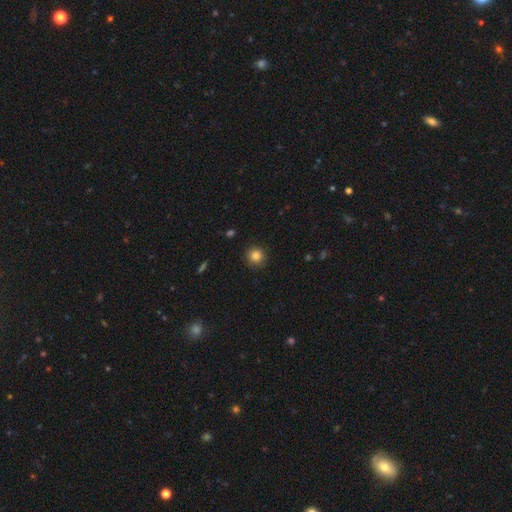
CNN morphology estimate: smooth-or-featured: smooth: 84% | star or artifact: 11% | featured or disk: 5%
  how-rounded: round: 93% | in between: 6% | cigar-shaped: 1%
  merging: none: 91% | minor disturbance: 6% | major disturbance: 2% | merger: 1%